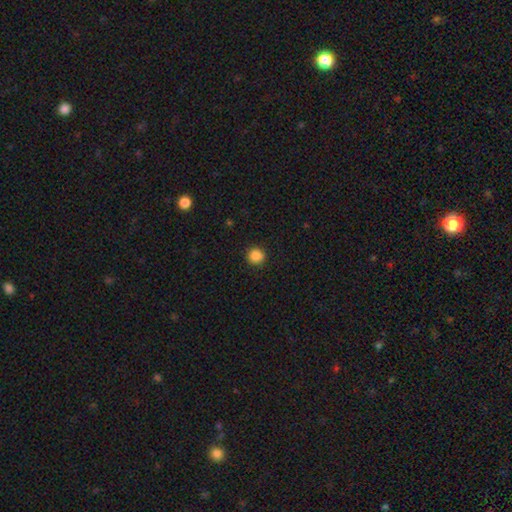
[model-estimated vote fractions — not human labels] This appears to be a smooth galaxy with no disk features (86%) that is round (91%). Merging: none (90%).